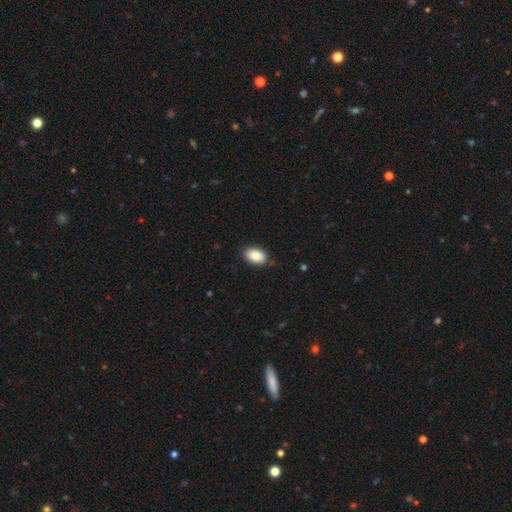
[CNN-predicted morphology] This is clearly a smooth galaxy (87%). How rounded: clearly in between (89%). Merging: clearly none (87%).